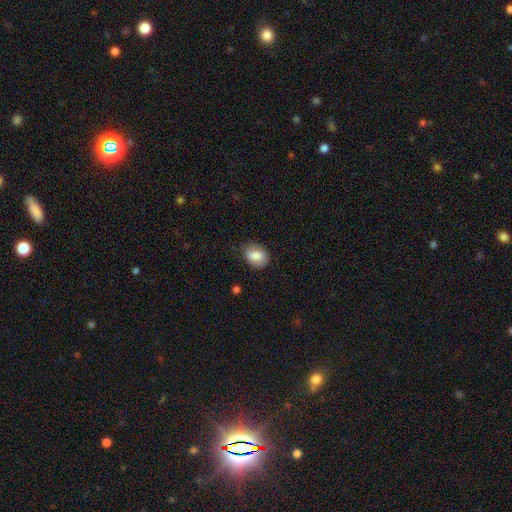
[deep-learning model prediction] This is clearly a smooth galaxy (82%). How rounded: likely in between (68%). Merging: likely none (75%).